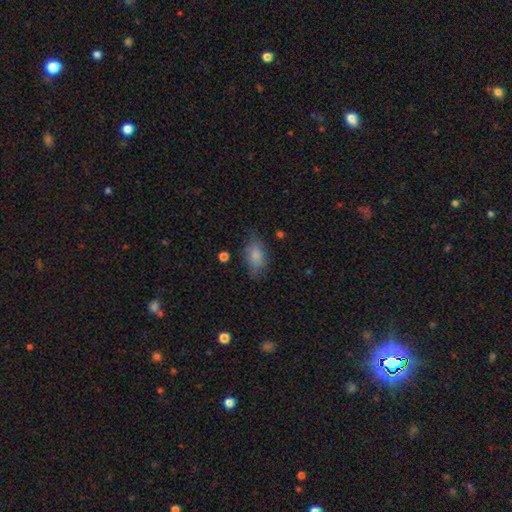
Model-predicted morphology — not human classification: Smooth or featured? smooth (82%)
How rounded? in between (89%)
Merging? none (70%)